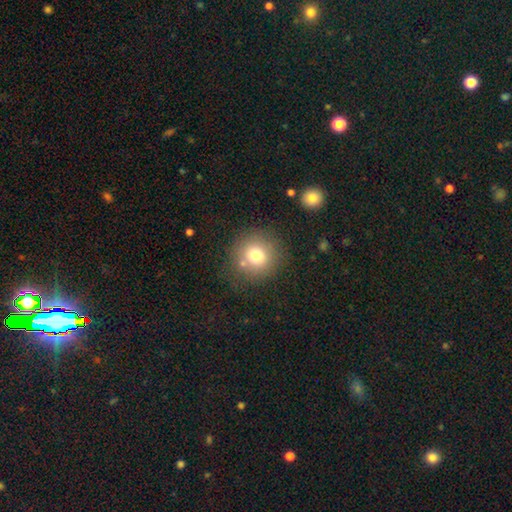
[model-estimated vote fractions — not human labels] smooth-or-featured: smooth: 74% | star or artifact: 13% | featured or disk: 13%
  how-rounded: round: 92% | in between: 7% | cigar-shaped: 1%
  merging: none: 77% | minor disturbance: 11% | merger: 7% | major disturbance: 4%